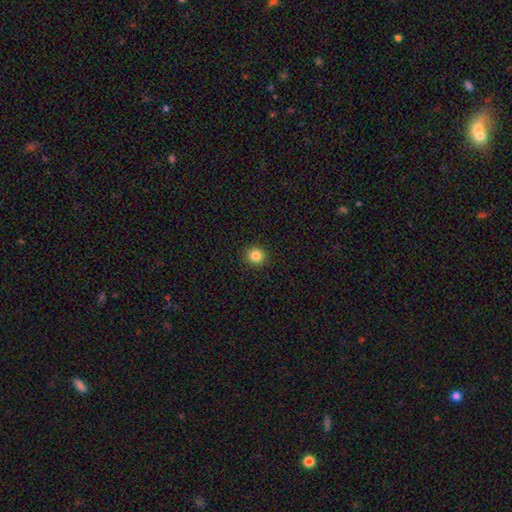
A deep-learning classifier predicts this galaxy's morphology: Q: Smooth or featured?
A: smooth (84%); runner-up: star or artifact (11%)
Q: How rounded?
A: round (91%); runner-up: in between (8%)
Q: Merging?
A: none (92%); runner-up: minor disturbance (5%)